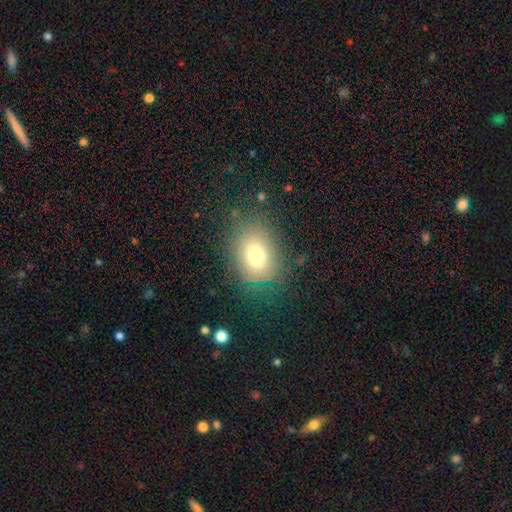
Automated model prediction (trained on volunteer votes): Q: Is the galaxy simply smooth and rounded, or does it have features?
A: smooth — 73%.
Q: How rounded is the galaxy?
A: in between — 65%.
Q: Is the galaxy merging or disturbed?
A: none — 79%.